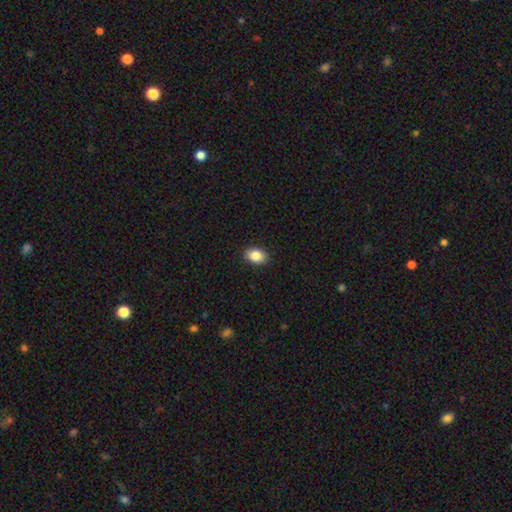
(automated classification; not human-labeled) Morphology: type=smooth (87%); roundness=in between (78%); merging=none (89%).